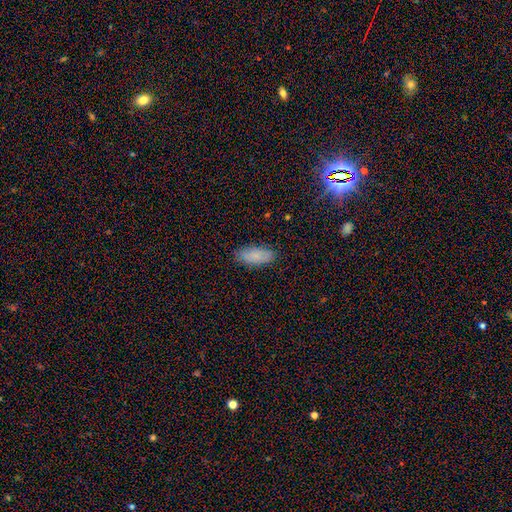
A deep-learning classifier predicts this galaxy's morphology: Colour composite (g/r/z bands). It shows a smooth galaxy with no disk features (81%) that is in between round and cigar-shaped (88%). Merging: none (85%).